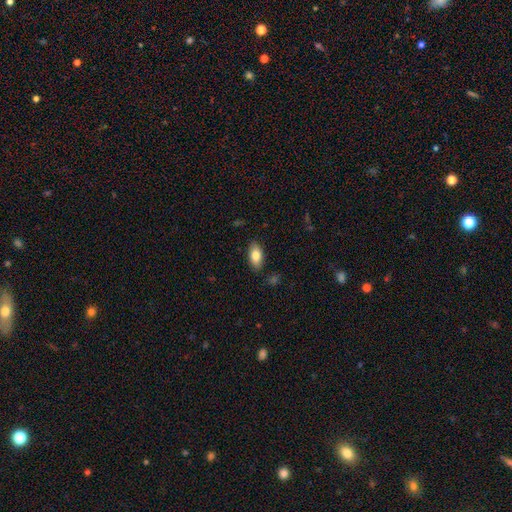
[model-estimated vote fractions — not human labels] Morphology: type=smooth (81%); roundness=in between (91%); merging=none (86%).